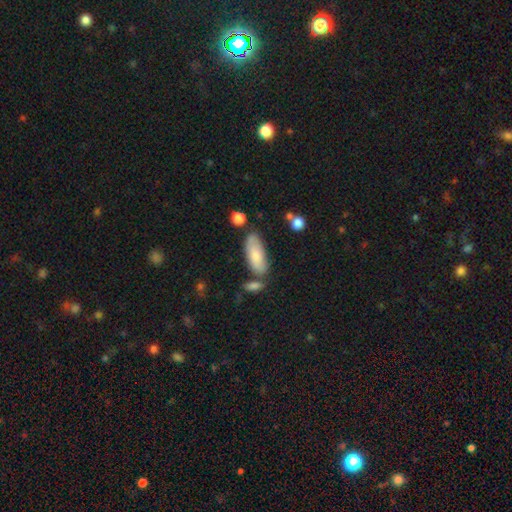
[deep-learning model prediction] Smooth or featured?
  - smooth: 76% *
  - featured or disk: 18%
  - star or artifact: 6%
How rounded?
  - in between: 80% *
  - cigar-shaped: 18%
  - round: 2%
Merging?
  - none: 64% *
  - minor disturbance: 20%
  - merger: 11%
  - major disturbance: 5%